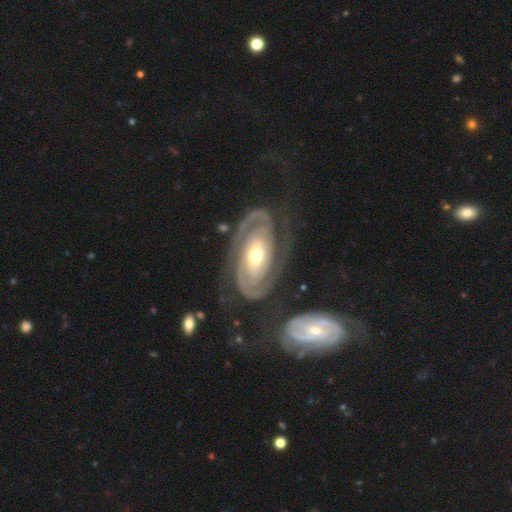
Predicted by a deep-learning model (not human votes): smooth_or_featured: featured or disk (p=0.89) [alt: smooth p=0.07]
disk_edge_on: no (p=0.96) [alt: yes p=0.04]
bar: no (p=0.65) [alt: weak p=0.21]
has_spiral_arms: yes (p=0.95) [alt: no p=0.05]
spiral_winding: tight (p=0.69) [alt: medium p=0.24]
spiral_arm_count: 2 (p=0.77) [alt: can't tell p=0.10]
bulge_size: moderate (p=0.60) [alt: small p=0.33]
merging: none (p=0.65) [alt: minor disturbance p=0.15]